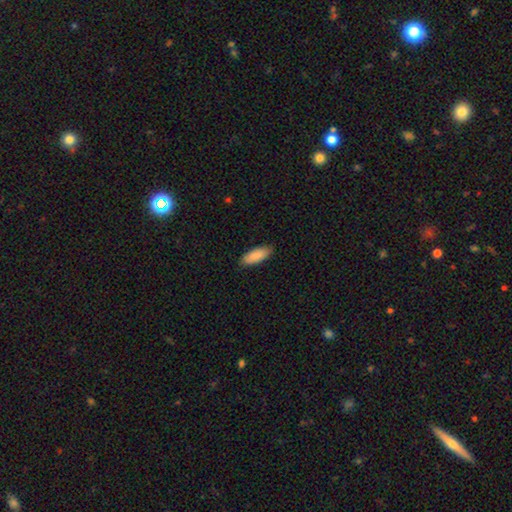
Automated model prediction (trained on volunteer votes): smooth_or_featured: smooth (p=0.89) [alt: star or artifact p=0.06]
how_rounded: in between (p=0.74) [alt: cigar-shaped p=0.24]
merging: none (p=0.86) [alt: minor disturbance p=0.11]